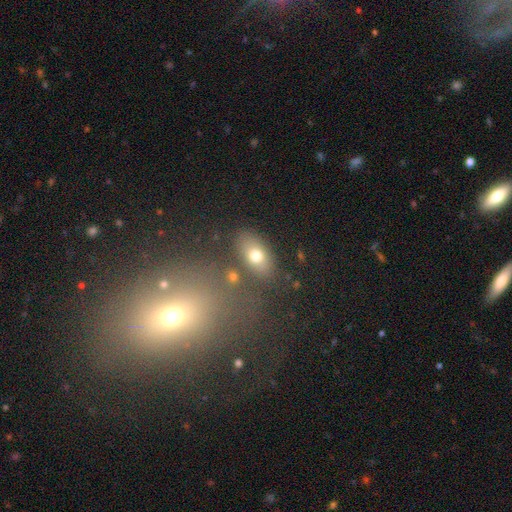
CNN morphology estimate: Smooth or featured? smooth (71%)
How rounded? in between (83%)
Merging? none (77%)